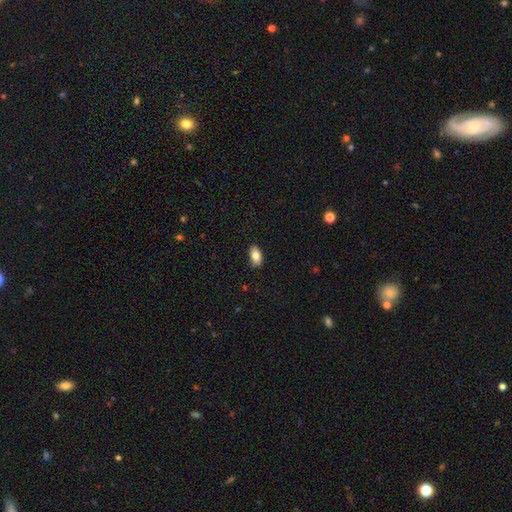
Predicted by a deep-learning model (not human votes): Smooth or featured? smooth (81%)
How rounded? in between (91%)
Merging? none (85%)